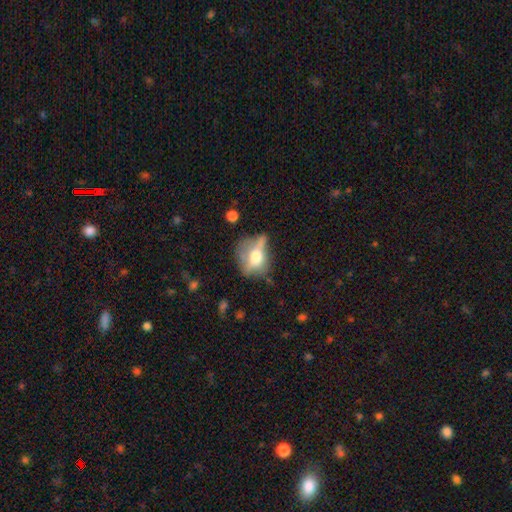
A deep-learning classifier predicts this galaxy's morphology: Smooth or featured? Predicted: smooth (p=0.51). How rounded? Predicted: in between (p=0.52). Merging? Predicted: none (p=0.40).